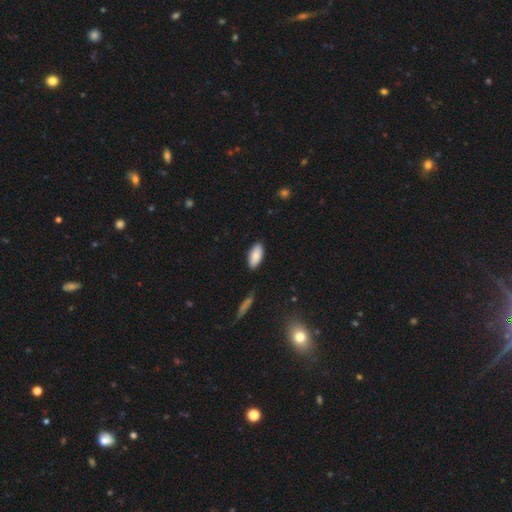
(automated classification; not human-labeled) The model was most divided on "merging": none: 86%, minor disturbance: 10%, major disturbance: 2%, merger: 2%. More confident: how rounded — in between (91%); smooth or featured — smooth (86%).